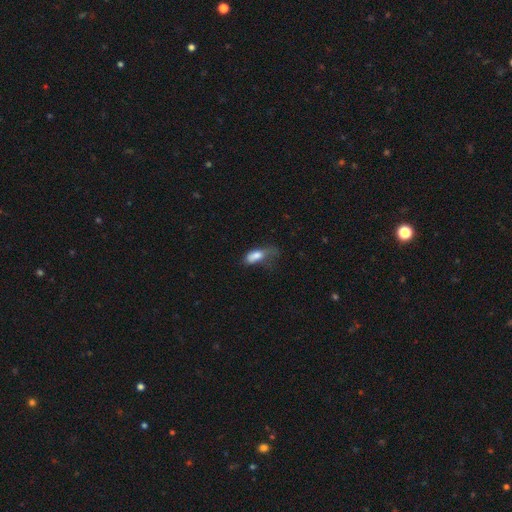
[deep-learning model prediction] Overall: smooth (75%). How rounded: in between (80%). Merging: major disturbance (47%; minor disturbance 28%).